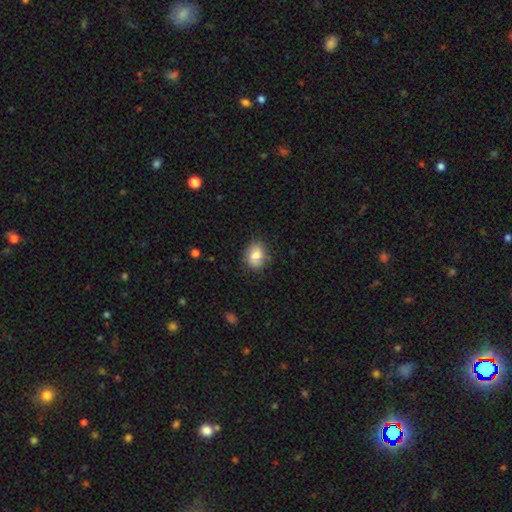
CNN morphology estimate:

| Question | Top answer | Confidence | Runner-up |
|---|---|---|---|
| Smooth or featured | smooth | 84% | featured or disk (9%) |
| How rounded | in between | 67% | round (32%) |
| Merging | none | 80% | minor disturbance (15%) |